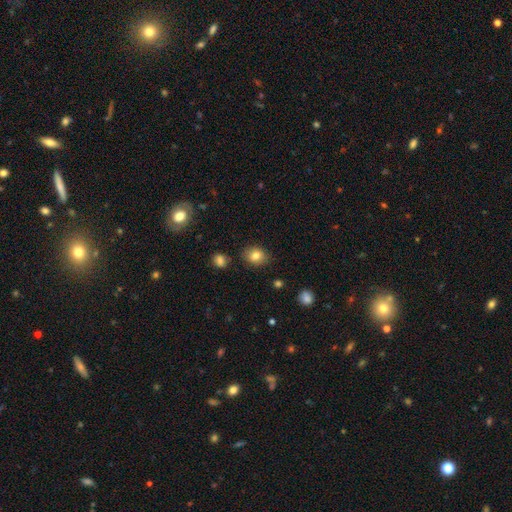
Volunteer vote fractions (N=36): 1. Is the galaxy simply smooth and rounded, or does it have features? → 86% smooth, 11% featured or disk, 3% star or artifact.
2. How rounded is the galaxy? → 52% round, 45% in between, 3% cigar-shaped.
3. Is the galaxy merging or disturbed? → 86% none, 11% minor disturbance, 3% merger, 0% major disturbance.